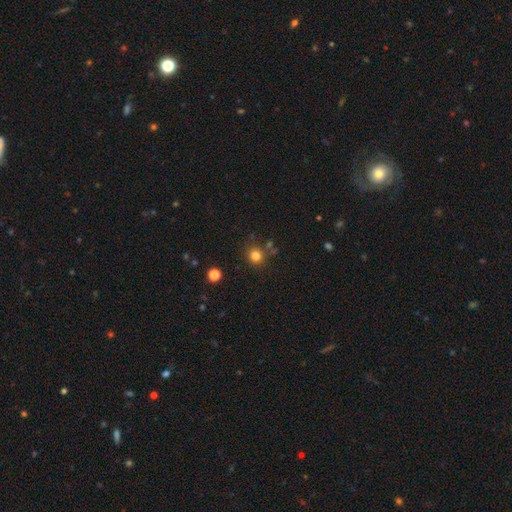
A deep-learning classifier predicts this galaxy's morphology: A smooth galaxy with no disk features (81%) that is round (90%). Merging: none (80%).